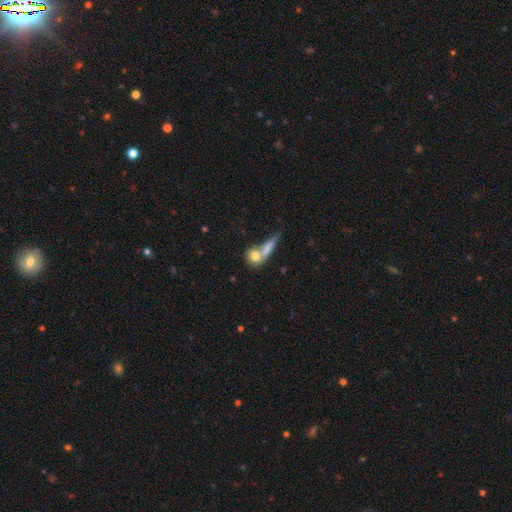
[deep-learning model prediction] Smooth or featured: smooth — 76% (featured or disk — 16%)
How rounded: round — 61% (in between — 28%)
Merging: merger — 45% (none — 39%)